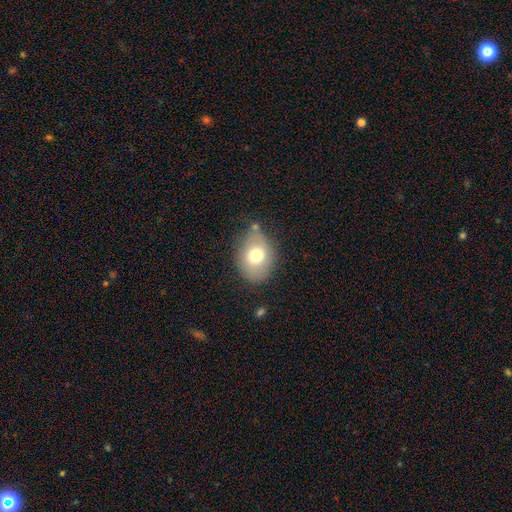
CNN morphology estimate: type=smooth (71%); roundness=in between (69%); merging=none (65%).